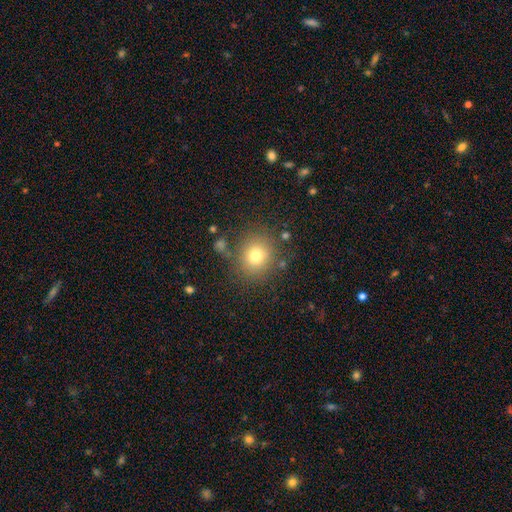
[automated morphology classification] This appears to be a smooth galaxy with no disk features (75%) that is round (79%). Merging: none (79%).